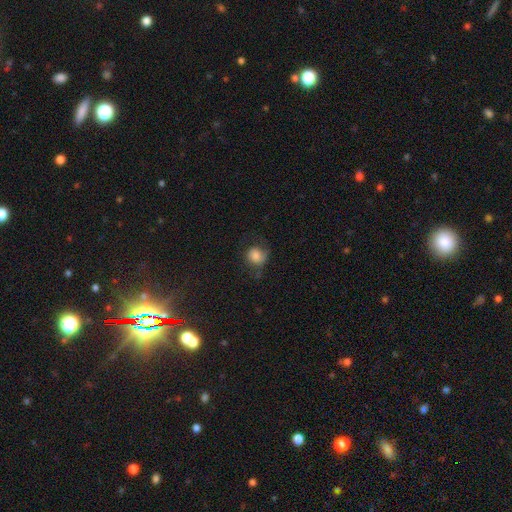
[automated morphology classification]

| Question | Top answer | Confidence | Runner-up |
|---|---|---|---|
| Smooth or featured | smooth | 76% | featured or disk (14%) |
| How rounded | round | 76% | in between (23%) |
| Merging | none | 54% | minor disturbance (27%) |